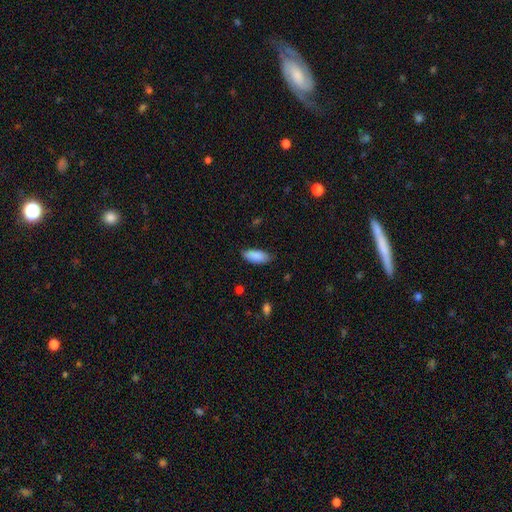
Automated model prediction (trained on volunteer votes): This appears to be a smooth galaxy with no disk features (89%) that is in between round and cigar-shaped (83%). Merging: none (81%).